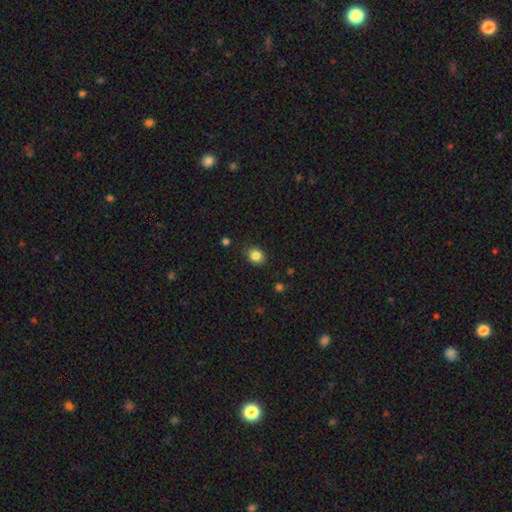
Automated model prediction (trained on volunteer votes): Morphology: type=smooth (85%); roundness=round (67%); merging=none (85%).